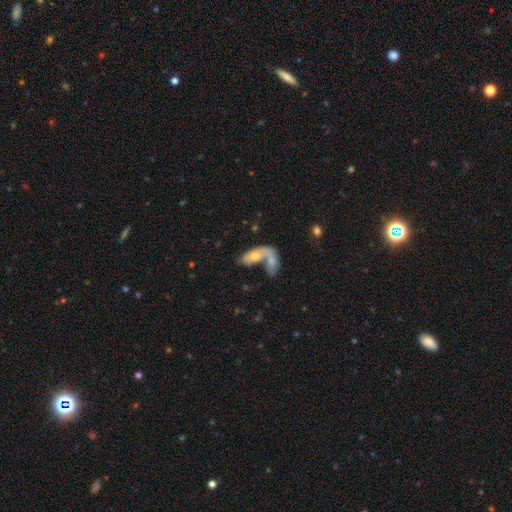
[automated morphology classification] smooth-or-featured: smooth: 56% | featured or disk: 36% | star or artifact: 8%
  how-rounded: in between: 79% | cigar-shaped: 16% | round: 5%
  merging: merger: 69% | none: 16% | major disturbance: 8% | minor disturbance: 7%